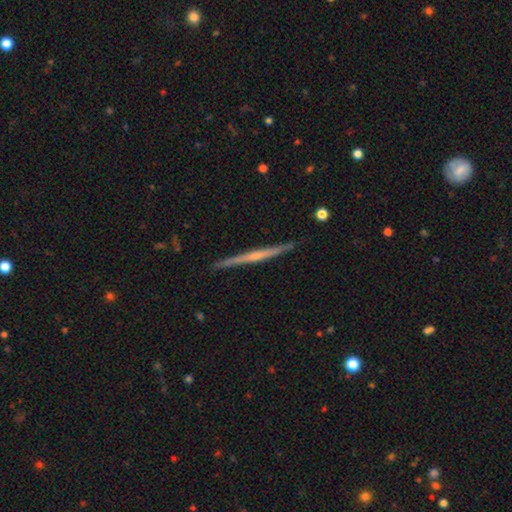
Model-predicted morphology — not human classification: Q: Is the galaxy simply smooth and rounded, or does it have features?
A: featured or disk — 71%.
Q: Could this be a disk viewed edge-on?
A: yes — 98%.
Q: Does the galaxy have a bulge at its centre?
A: none — 51%.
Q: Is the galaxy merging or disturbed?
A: none — 91%.